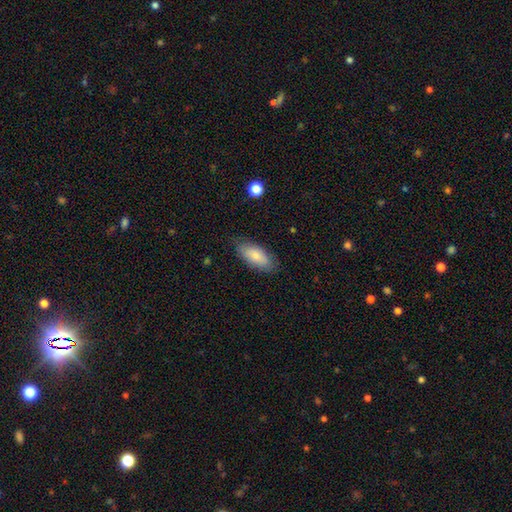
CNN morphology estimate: Smooth or featured? Predicted: smooth (p=0.81). How rounded? Predicted: in between (p=0.85). Merging? Predicted: none (p=0.80).